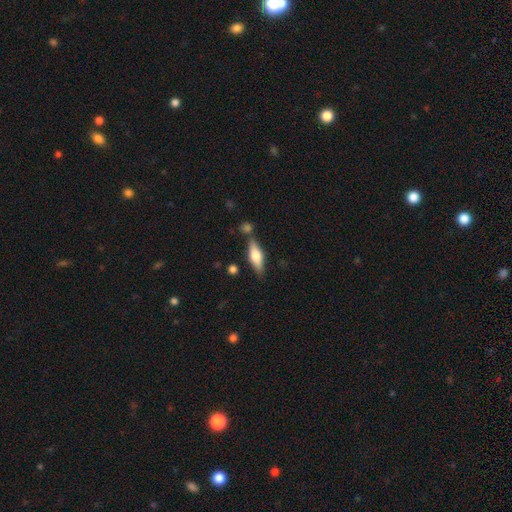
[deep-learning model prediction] This appears to be a smooth galaxy with no disk features (48%). Merging: none (72%).